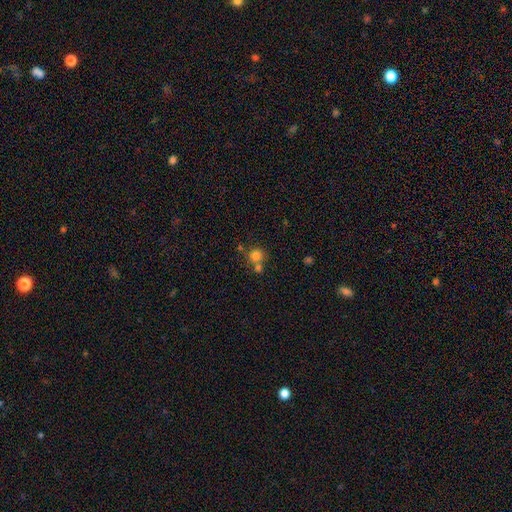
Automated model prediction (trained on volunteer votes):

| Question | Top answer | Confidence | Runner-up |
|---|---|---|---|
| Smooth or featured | smooth | 79% | star or artifact (14%) |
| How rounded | round | 90% | in between (9%) |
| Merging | none | 58% | merger (30%) |